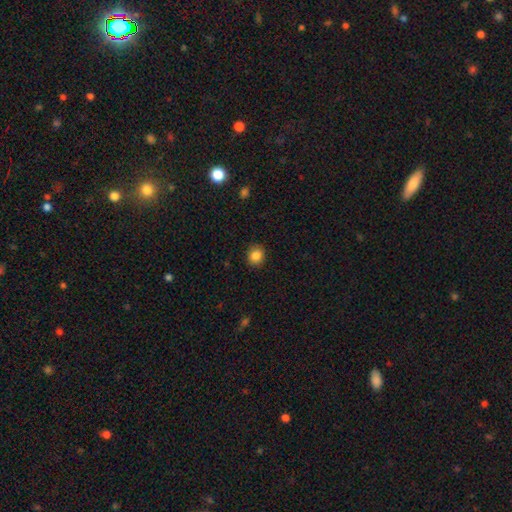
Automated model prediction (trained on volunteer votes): Smooth or featured? smooth (86%)
How rounded? round (79%)
Merging? none (89%)